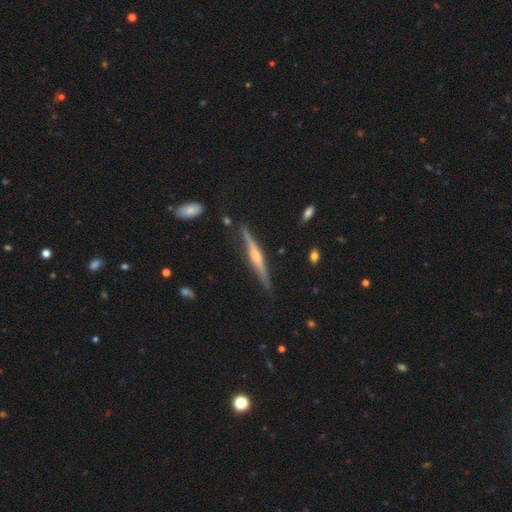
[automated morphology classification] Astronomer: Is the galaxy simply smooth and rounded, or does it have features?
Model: featured or disk — 77%.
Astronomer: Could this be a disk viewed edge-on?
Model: yes — 98%.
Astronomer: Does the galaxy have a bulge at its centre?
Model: rounded — 78%.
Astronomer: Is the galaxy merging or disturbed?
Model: none — 87%.